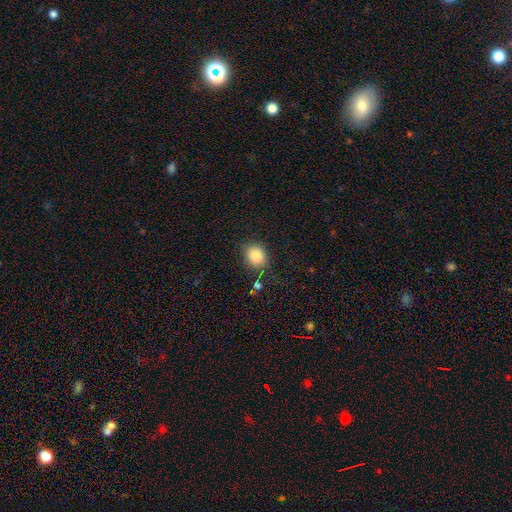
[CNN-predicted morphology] smooth_or_featured: smooth (p=0.85) [alt: star or artifact p=0.09]
how_rounded: round (p=0.67) [alt: in between p=0.32]
merging: none (p=0.78) [alt: minor disturbance p=0.15]